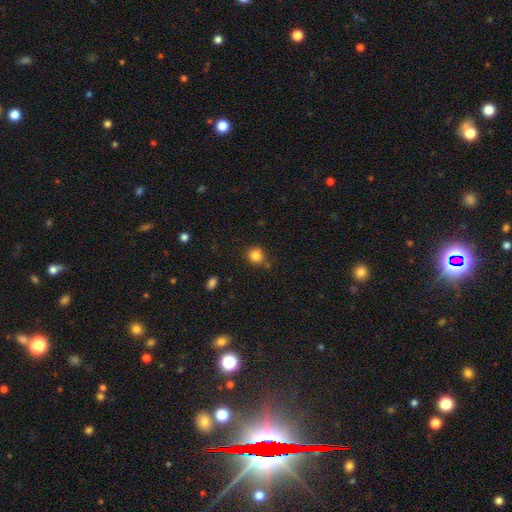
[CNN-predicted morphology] This appears to be a smooth galaxy with no disk features (82%) that is round (80%). Merging: none (73%).